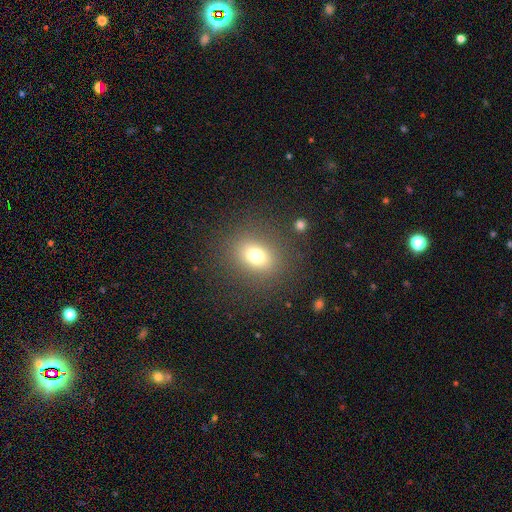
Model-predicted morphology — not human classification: Smooth or featured?
  - smooth: 73% *
  - star or artifact: 16%
  - featured or disk: 11%
How rounded?
  - round: 54% *
  - in between: 45%
  - cigar-shaped: 1%
Merging?
  - none: 85% *
  - minor disturbance: 8%
  - major disturbance: 5%
  - merger: 2%